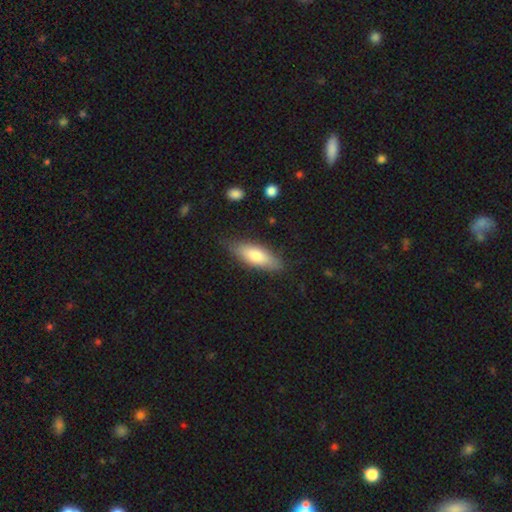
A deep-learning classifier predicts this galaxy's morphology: smooth 73%, featured or disk 21%, star or artifact 6%. Down the decision tree: how rounded — in between (62%); merging — none (78%).